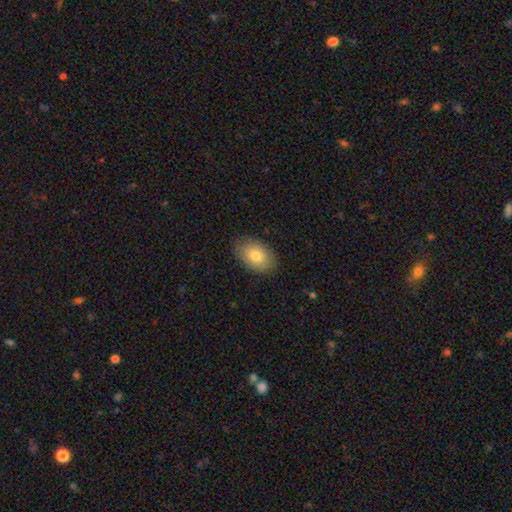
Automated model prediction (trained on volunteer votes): smooth 78%, featured or disk 14%, star or artifact 8%. Down the decision tree: how rounded — in between (87%); merging — none (85%).